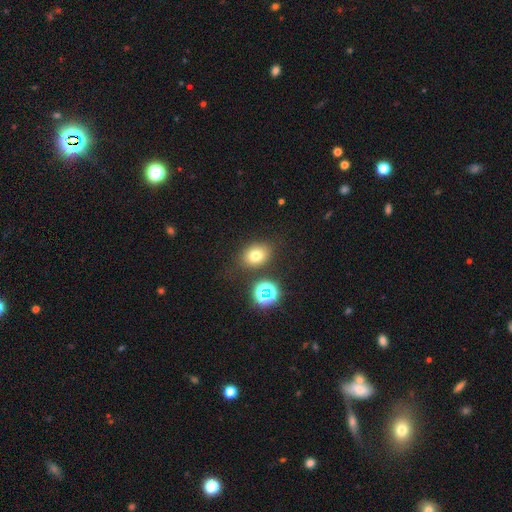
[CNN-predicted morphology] A smooth galaxy with no disk features (72%) that is in between round and cigar-shaped (58%). Merging: none (78%).